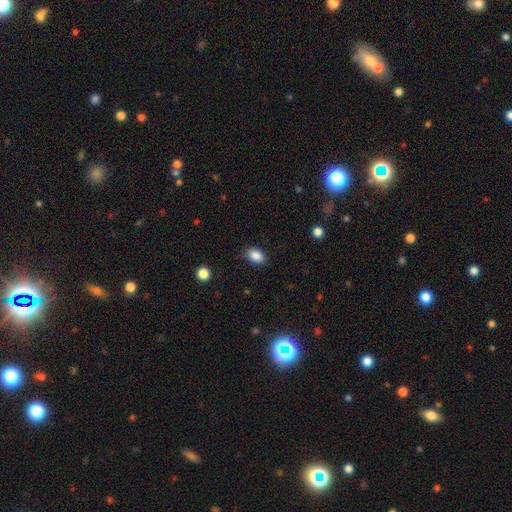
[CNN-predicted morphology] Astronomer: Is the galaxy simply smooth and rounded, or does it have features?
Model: smooth — 87%.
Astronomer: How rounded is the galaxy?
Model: in between — 79%.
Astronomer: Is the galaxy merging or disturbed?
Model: none — 83%.